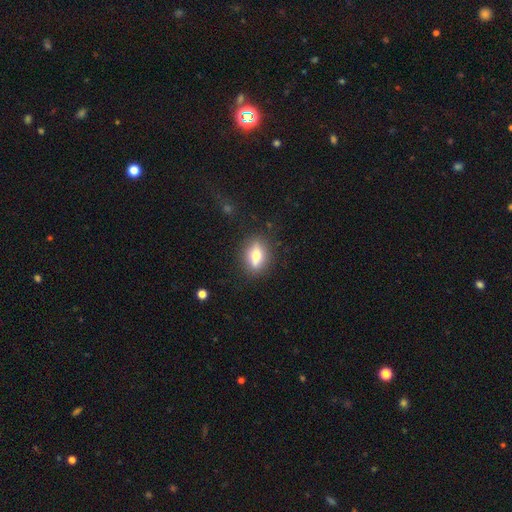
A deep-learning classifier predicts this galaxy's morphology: smooth-or-featured: smooth: 57% | featured or disk: 35% | star or artifact: 9%
  how-rounded: in between: 67% | round: 18% | cigar-shaped: 14%
  merging: none: 83% | minor disturbance: 11% | major disturbance: 4% | merger: 2%